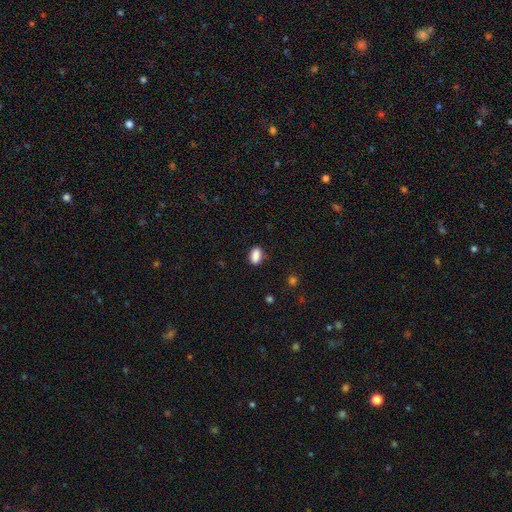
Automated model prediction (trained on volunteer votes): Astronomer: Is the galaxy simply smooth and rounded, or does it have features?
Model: smooth — 88%.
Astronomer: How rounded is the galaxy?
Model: in between — 88%.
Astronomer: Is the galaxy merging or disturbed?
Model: none — 82%.